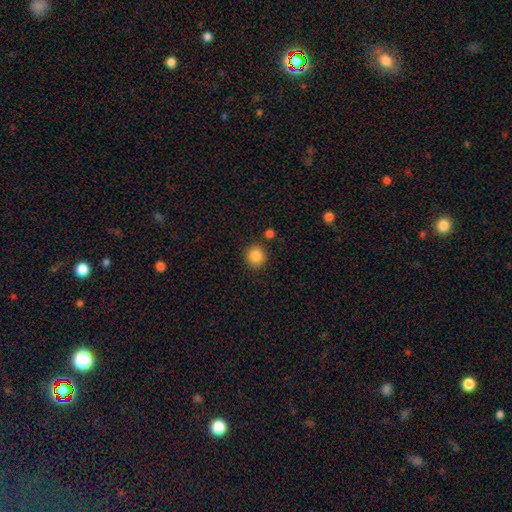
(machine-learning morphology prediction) Smooth or featured?
  - smooth: 87% *
  - star or artifact: 10%
  - featured or disk: 4%
How rounded?
  - round: 90% *
  - in between: 9%
  - cigar-shaped: 1%
Merging?
  - none: 87% *
  - minor disturbance: 7%
  - merger: 4%
  - major disturbance: 2%